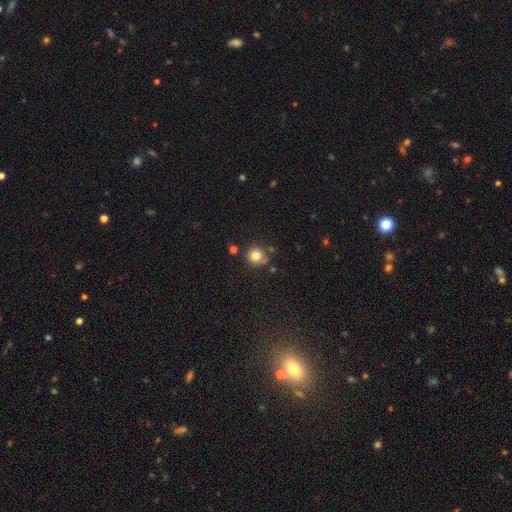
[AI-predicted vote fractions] The model was most divided on "merging": none: 71%, minor disturbance: 14%, merger: 10%, major disturbance: 5%. More confident: how rounded — round (91%); smooth or featured — smooth (79%).